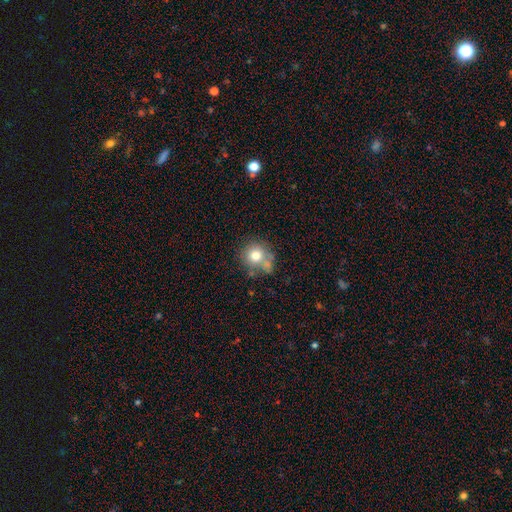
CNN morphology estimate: Smooth or featured? Predicted: smooth (p=0.74). How rounded? Predicted: round (p=0.88). Merging? Predicted: none (p=0.55).